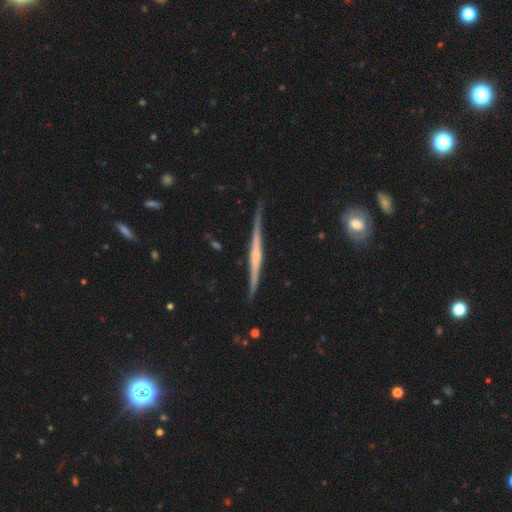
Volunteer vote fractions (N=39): This appears to be a featured or disk galaxy (77%) viewed edge-on (97%) with a rounded central bulge (52%). Merging: none (68%).